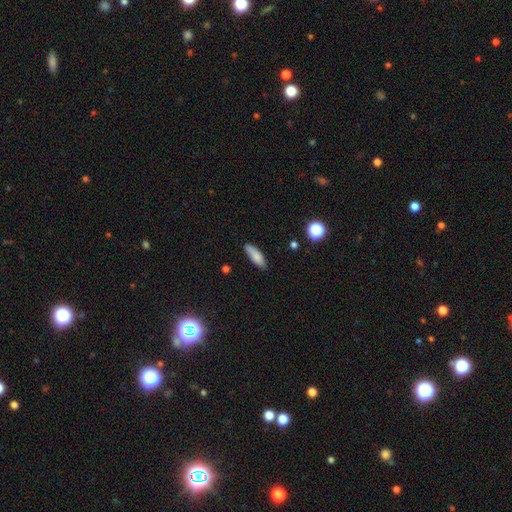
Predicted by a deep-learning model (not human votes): Smooth or featured? smooth (82%)
How rounded? in between (52%)
Merging? none (79%)